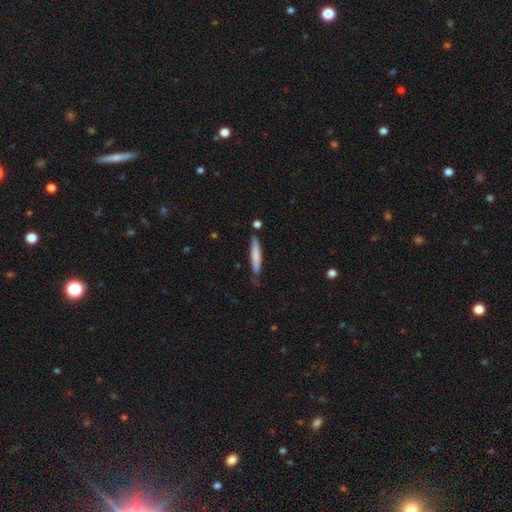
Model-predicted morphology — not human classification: type=smooth (72%); roundness=cigar-shaped (91%); merging=none (73%).